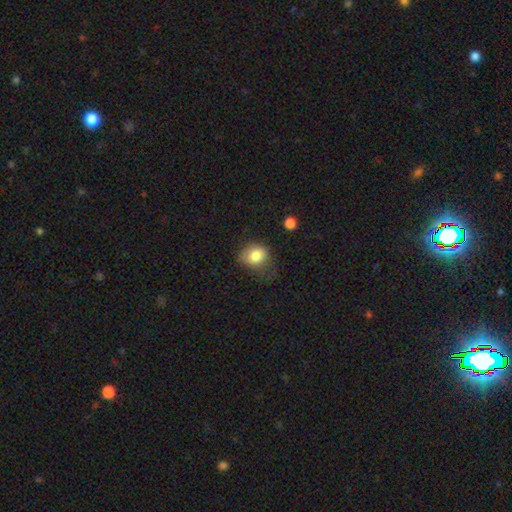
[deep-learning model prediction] smooth 82%, star or artifact 9%, featured or disk 9%. Down the decision tree: how rounded — round (57%); merging — none (48%).